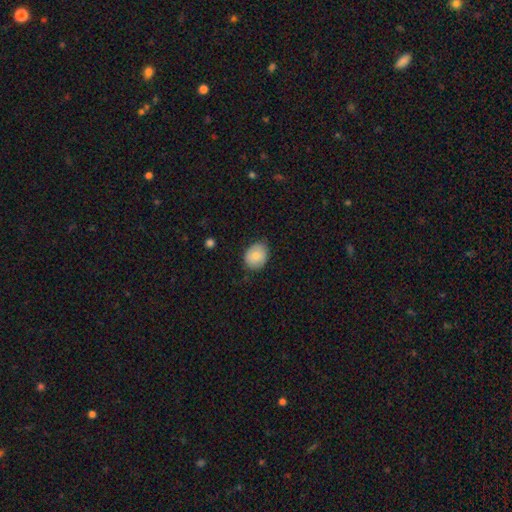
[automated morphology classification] This is clearly a smooth galaxy (81%). How rounded: possibly round (54%). Merging: likely none (76%).